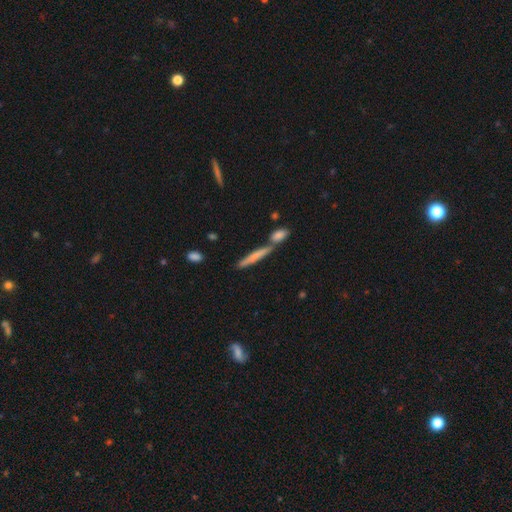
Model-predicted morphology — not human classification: Smooth or featured? smooth (61%)
How rounded? cigar-shaped (91%)
Merging? none (59%)